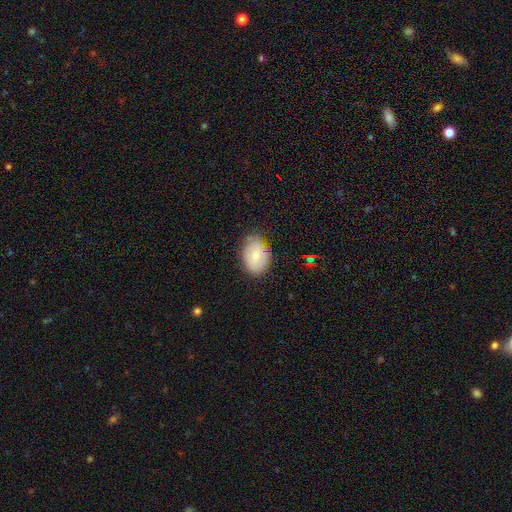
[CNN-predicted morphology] Smooth or featured: smooth — 74% (featured or disk — 18%)
How rounded: in between — 87% (round — 12%)
Merging: none — 74% (minor disturbance — 21%)